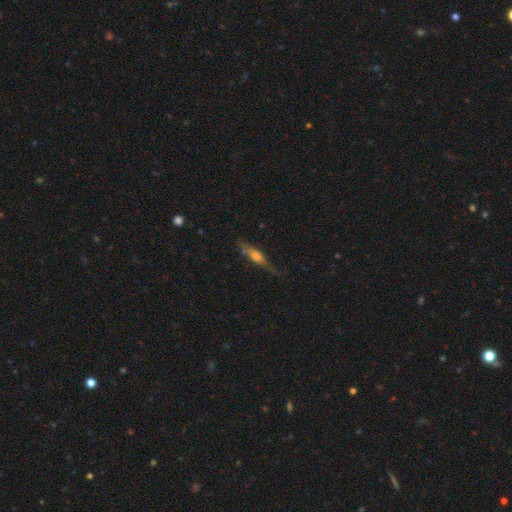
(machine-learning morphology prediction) Smooth or featured? Predicted: featured or disk (p=0.58). Edge-on disk? Predicted: yes (p=0.90). Edge-on bulge? Predicted: rounded (p=0.76). Merging? Predicted: none (p=0.68).